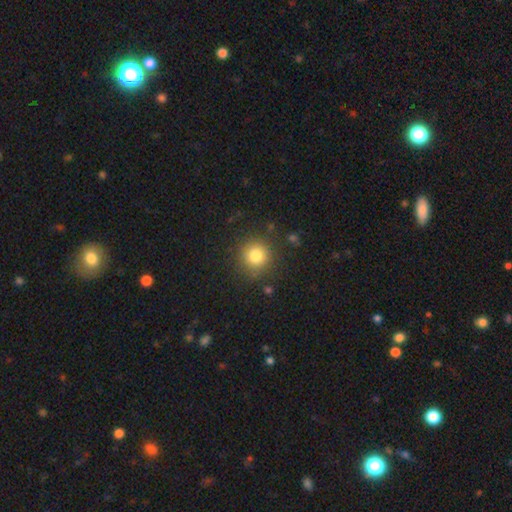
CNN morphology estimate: Q: Smooth or featured?
A: smooth (81%); runner-up: star or artifact (12%)
Q: How rounded?
A: round (93%); runner-up: in between (6%)
Q: Merging?
A: none (86%); runner-up: minor disturbance (9%)